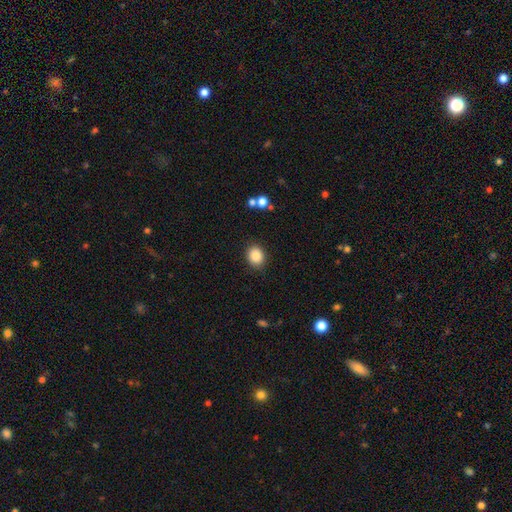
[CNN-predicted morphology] Smooth or featured? smooth (87%)
How rounded? round (58%)
Merging? none (88%)